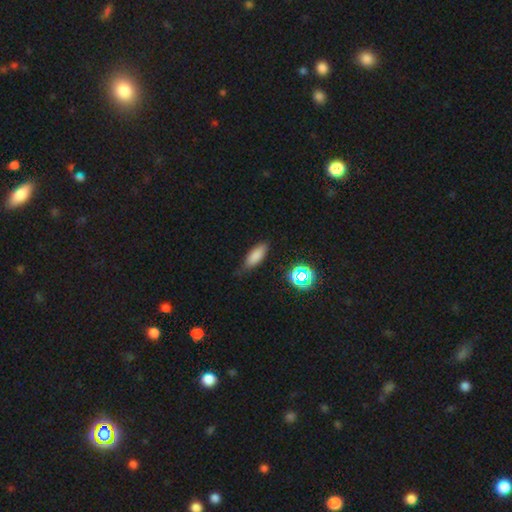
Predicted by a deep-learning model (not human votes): A smooth galaxy with no disk features (80%) that is in between round and cigar-shaped (69%).

Vote fractions:
- Smooth or featured? smooth: 80% / star or artifact: 11% / featured or disk: 9%
- How rounded? in between: 69% / cigar-shaped: 28% / round: 3%
- Merging? none: 71% / minor disturbance: 22% / major disturbance: 5% / merger: 2%